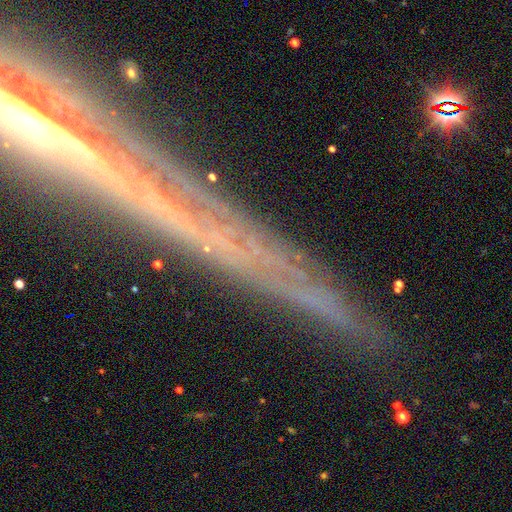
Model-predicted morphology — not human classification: A featured or disk galaxy (47%).

Vote fractions:
- Smooth or featured? featured or disk: 47% / star or artifact: 35% / smooth: 18%
- Merging? none: 86% / minor disturbance: 8% / major disturbance: 3% / merger: 3%